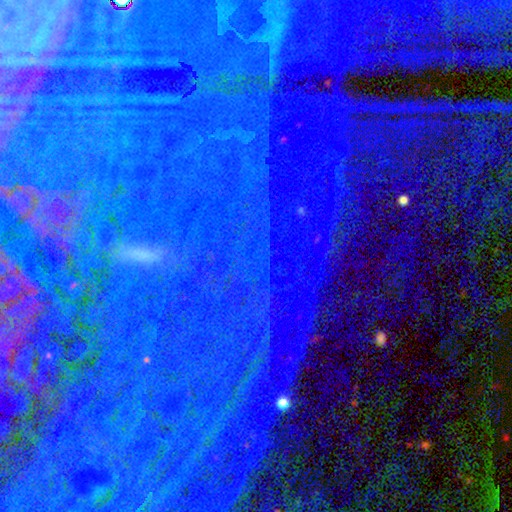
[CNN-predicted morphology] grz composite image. It shows a star or artifact, not a galaxy (79%).